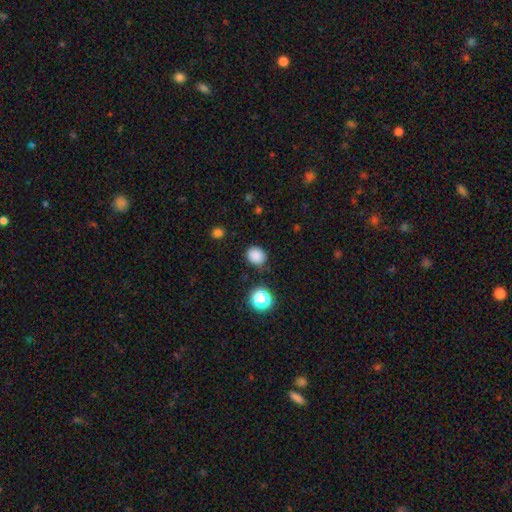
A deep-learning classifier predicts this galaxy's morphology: Q: Smooth or featured?
A: smooth (84%); runner-up: star or artifact (13%)
Q: How rounded?
A: round (66%); runner-up: in between (33%)
Q: Merging?
A: none (81%); runner-up: minor disturbance (13%)